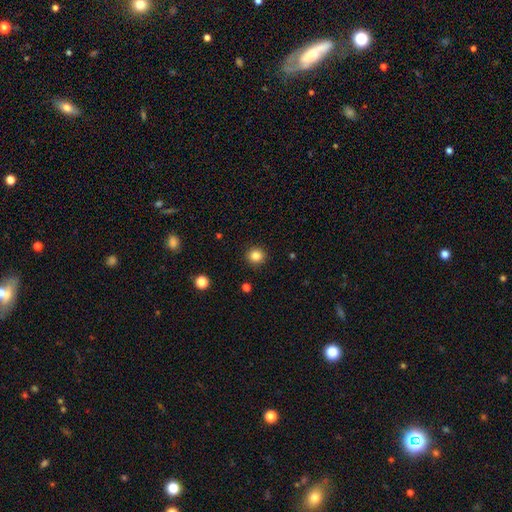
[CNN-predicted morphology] A smooth galaxy with no disk features (84%) that is round (93%). Merging: none (91%).